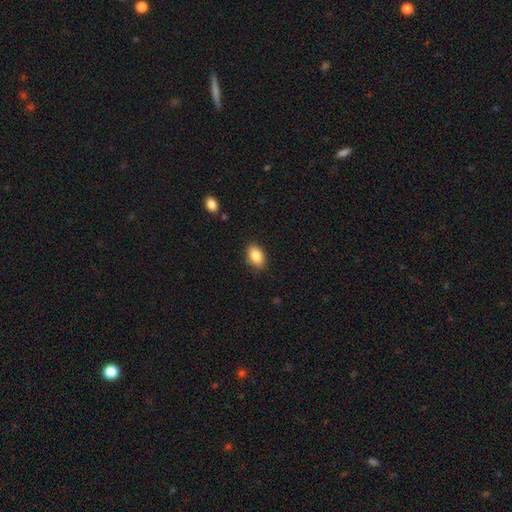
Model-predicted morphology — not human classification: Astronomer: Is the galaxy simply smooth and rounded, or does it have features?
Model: smooth — 84%.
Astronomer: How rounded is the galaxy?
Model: in between — 88%.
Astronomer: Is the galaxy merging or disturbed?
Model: none — 84%.